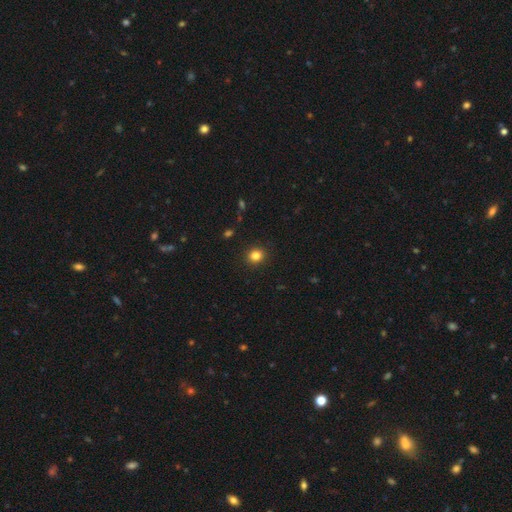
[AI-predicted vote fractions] smooth-or-featured: smooth: 83% | star or artifact: 12% | featured or disk: 5%
  how-rounded: round: 87% | in between: 12% | cigar-shaped: 1%
  merging: none: 92% | minor disturbance: 5% | major disturbance: 2% | merger: 1%